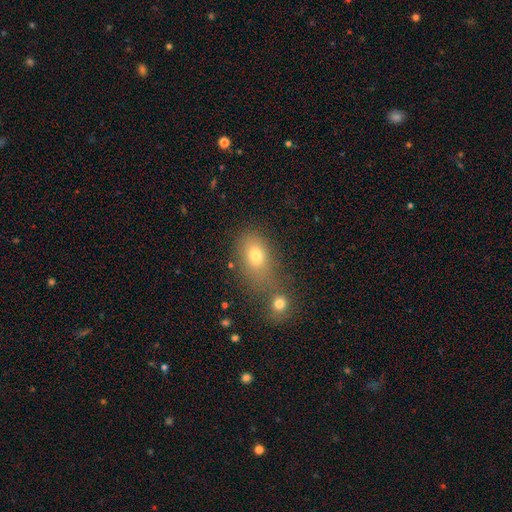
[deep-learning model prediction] Smooth or featured?
  - smooth: 74% *
  - featured or disk: 14%
  - star or artifact: 13%
How rounded?
  - in between: 79% *
  - round: 19%
  - cigar-shaped: 2%
Merging?
  - none: 48% *
  - merger: 31%
  - minor disturbance: 14%
  - major disturbance: 7%